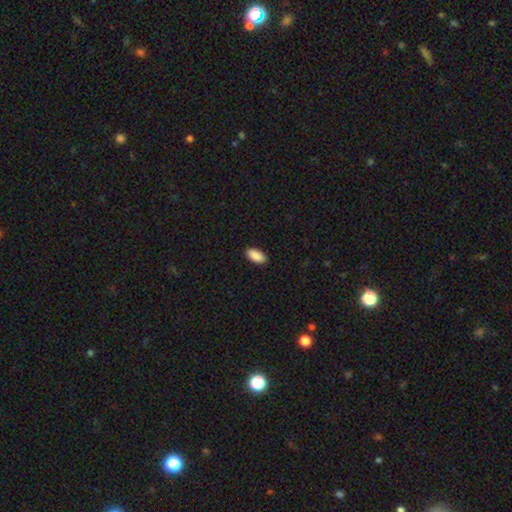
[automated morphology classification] This appears to be a smooth galaxy with no disk features (90%) that is in between round and cigar-shaped (92%). Merging: none (90%).